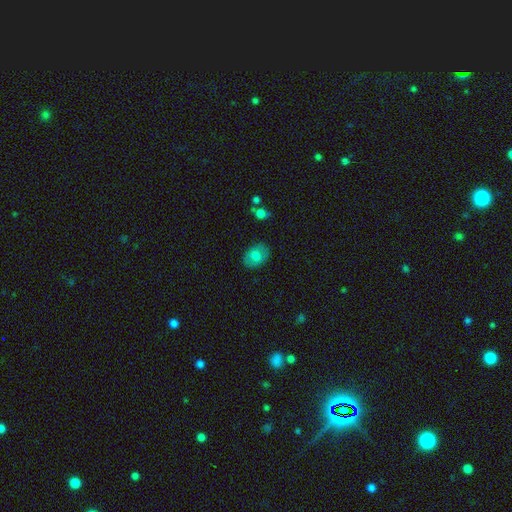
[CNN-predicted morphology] This is likely a smooth galaxy (72%). How rounded: likely in between (66%). Merging: clearly none (84%).